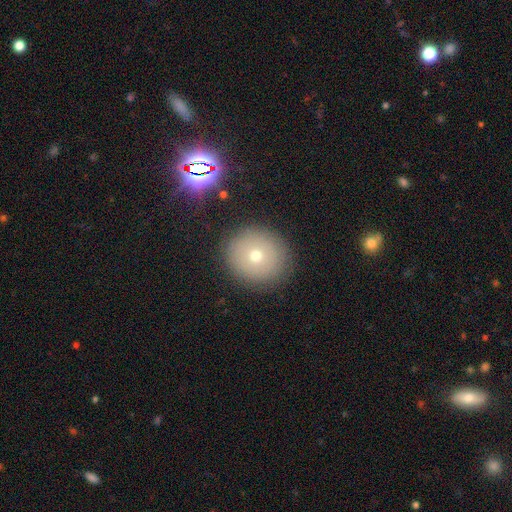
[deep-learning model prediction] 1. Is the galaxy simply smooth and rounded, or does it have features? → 67% smooth, 19% featured or disk, 15% star or artifact.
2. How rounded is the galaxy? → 88% round, 11% in between, 1% cigar-shaped.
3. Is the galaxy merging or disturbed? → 88% none, 8% minor disturbance, 3% major disturbance, 2% merger.